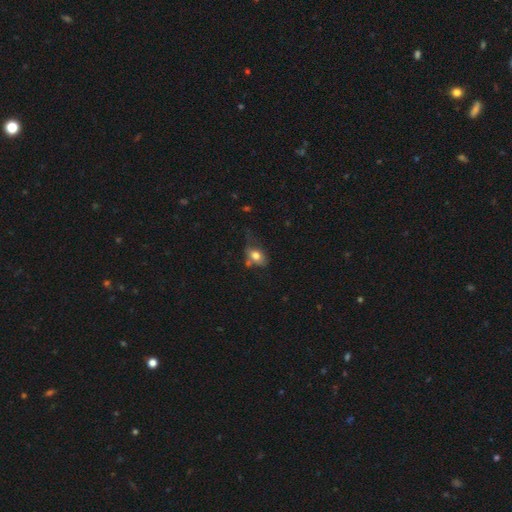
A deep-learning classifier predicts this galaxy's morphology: Q: Smooth or featured?
A: smooth (74%); runner-up: featured or disk (17%)
Q: How rounded?
A: in between (74%); runner-up: round (24%)
Q: Merging?
A: none (37%); runner-up: minor disturbance (31%)